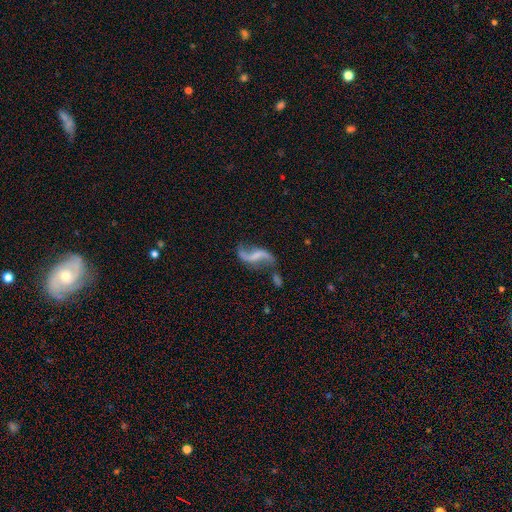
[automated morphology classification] Q: Smooth or featured?
A: featured or disk (85%); runner-up: smooth (9%)
Q: Edge-on disk?
A: no (97%); runner-up: yes (3%)
Q: Bar?
A: weak (40%); runner-up: no (31%)
Q: Spiral arms?
A: yes (93%); runner-up: no (7%)
Q: Spiral winding?
A: loose (91%); runner-up: medium (7%)
Q: Spiral arm count?
A: 2 (92%); runner-up: 1 (4%)
Q: Bulge size?
A: none (64%); runner-up: small (22%)
Q: Merging?
A: none (62%); runner-up: minor disturbance (17%)